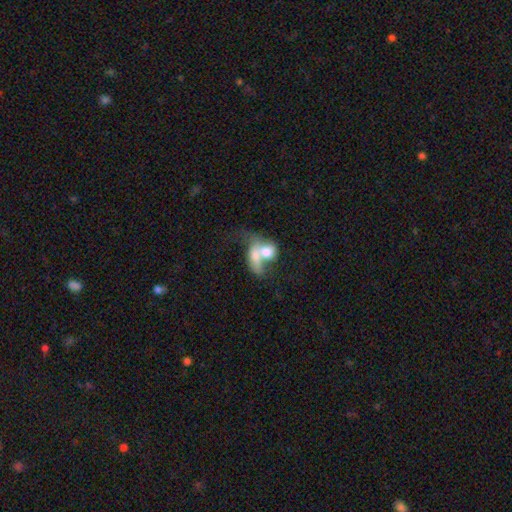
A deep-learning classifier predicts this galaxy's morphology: Q: Smooth or featured?
A: smooth (58%); runner-up: featured or disk (34%)
Q: How rounded?
A: in between (64%); runner-up: round (31%)
Q: Merging?
A: merger (76%); runner-up: major disturbance (11%)